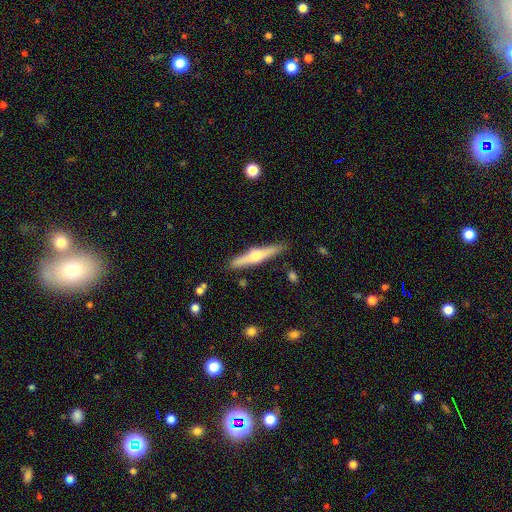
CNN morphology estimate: A featured or disk galaxy (66%) viewed edge-on (97%) with a rounded central bulge (93%).

Vote fractions:
- Smooth or featured? featured or disk: 66% / smooth: 29% / star or artifact: 5%
- Edge-on disk? yes: 97% / no: 3%
- Edge-on bulge? rounded: 93% / boxy: 4% / none: 3%
- Merging? none: 89% / minor disturbance: 8% / major disturbance: 2% / merger: 2%